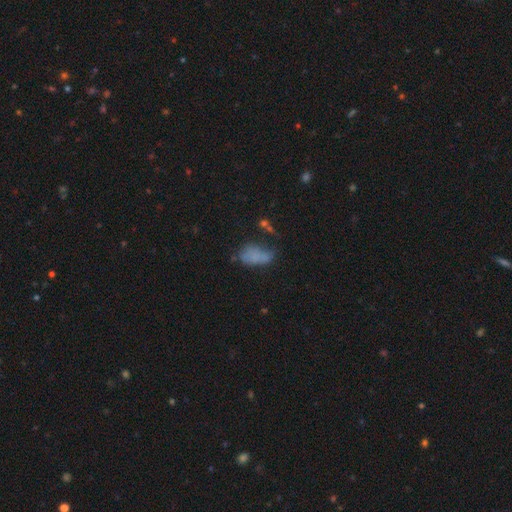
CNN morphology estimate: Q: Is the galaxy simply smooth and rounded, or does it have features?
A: smooth — 66%.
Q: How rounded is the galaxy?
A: in between — 89%.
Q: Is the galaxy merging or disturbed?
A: none — 33%.